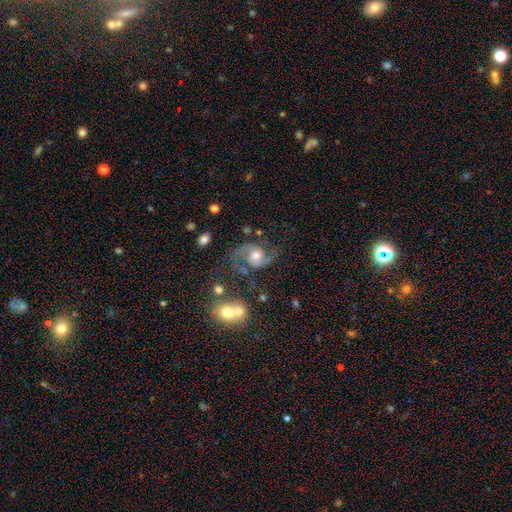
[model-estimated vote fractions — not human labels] featured or disk 87%, star or artifact 7%, smooth 6%. Down the decision tree: edge-on disk — no (98%); bar — no (63%); spiral arms — yes (97%); spiral arm count — 2 (91%); spiral winding — medium (55%); bulge size — moderate (70%); merging — none (67%).